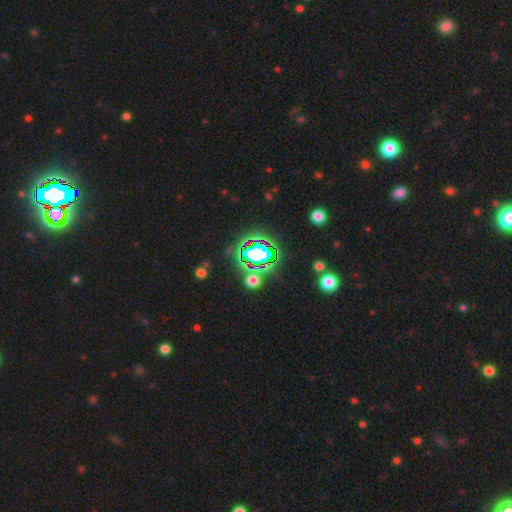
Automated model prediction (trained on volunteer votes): Overall: star or artifact (73%).